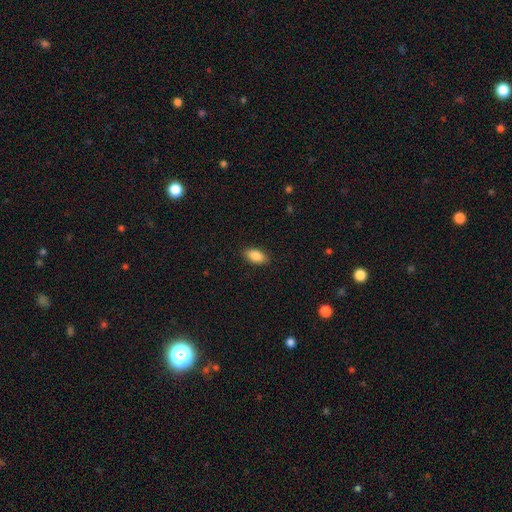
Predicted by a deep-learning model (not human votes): Overall: smooth (88%). How rounded: in between (91%). Merging: none (88%).